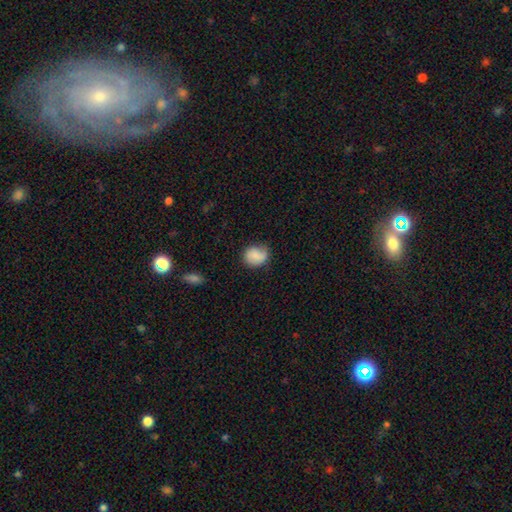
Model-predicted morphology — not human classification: This is clearly a smooth galaxy (82%). How rounded: likely round (64%). Merging: likely none (67%).